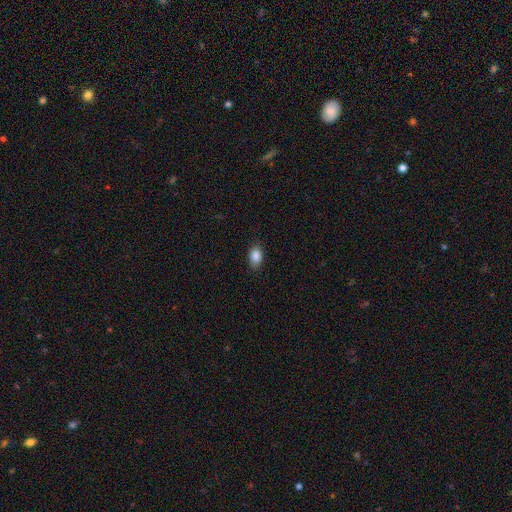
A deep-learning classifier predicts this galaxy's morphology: A smooth galaxy with no disk features (87%) that is in between round and cigar-shaped (86%). Merging: none (85%).